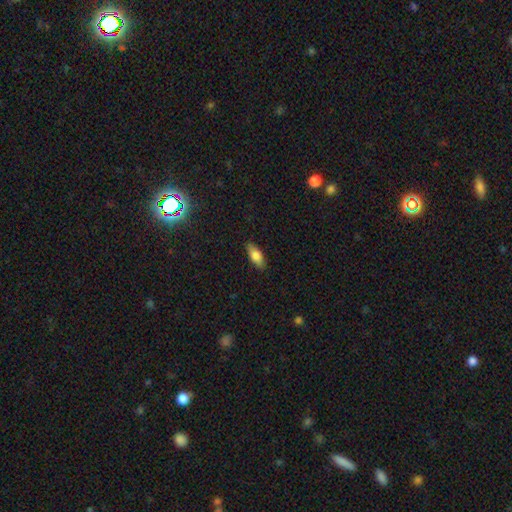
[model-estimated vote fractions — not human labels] A smooth galaxy with no disk features (75%) that is in between round and cigar-shaped (79%). Merging: none (86%).